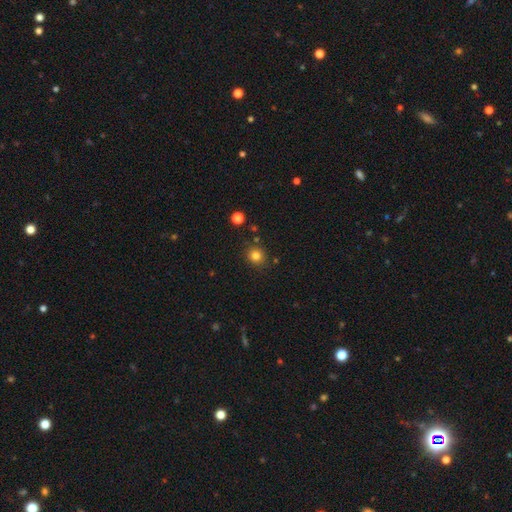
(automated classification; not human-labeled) Morphology: type=smooth (81%); roundness=round (84%); merging=none (84%).